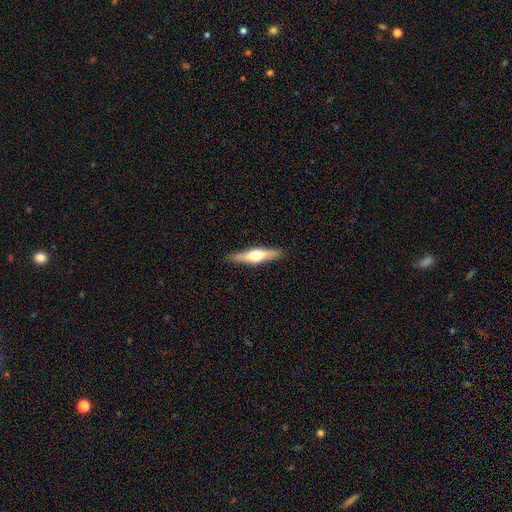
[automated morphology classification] Smooth or featured: featured or disk — 58% (smooth — 37%)
Edge-on disk: yes — 94% (no — 6%)
Edge-on bulge: rounded — 93% (boxy — 4%)
Merging: none — 89% (minor disturbance — 8%)